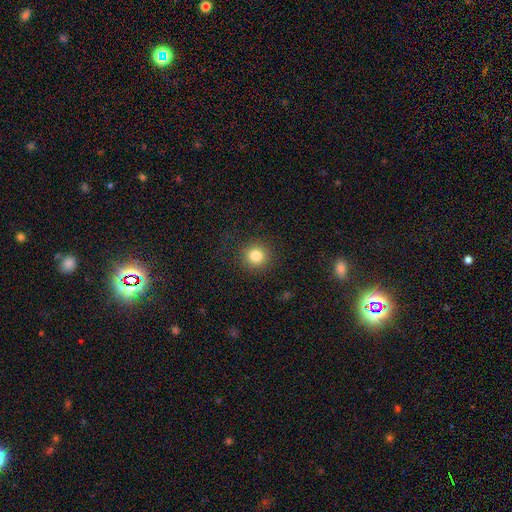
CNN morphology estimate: Smooth or featured? smooth (82%)
How rounded? round (93%)
Merging? none (90%)